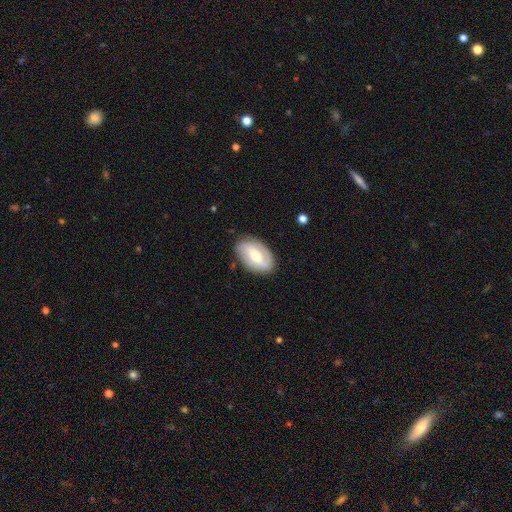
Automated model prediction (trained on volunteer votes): smooth_or_featured: featured or disk (p=0.59) [alt: smooth p=0.36]
disk_edge_on: no (p=0.93) [alt: yes p=0.07]
bar: weak (p=0.42) [alt: strong p=0.37]
has_spiral_arms: yes (p=0.69) [alt: no p=0.31]
bulge_size: moderate (p=0.58) [alt: small p=0.32]
merging: none (p=0.82) [alt: minor disturbance p=0.13]